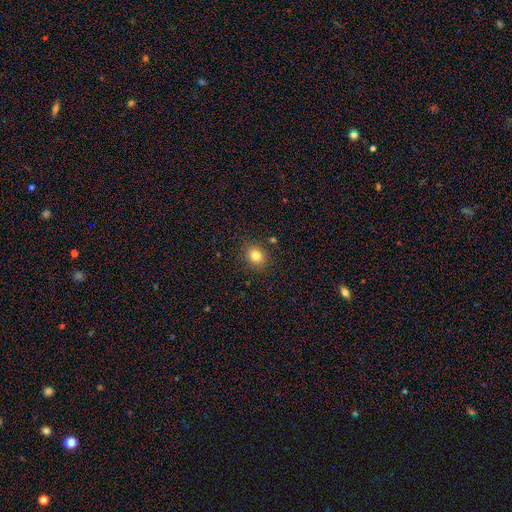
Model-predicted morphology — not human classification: Smooth or featured?
  - smooth: 80% *
  - star or artifact: 13%
  - featured or disk: 7%
How rounded?
  - round: 70% *
  - in between: 30%
  - cigar-shaped: 1%
Merging?
  - none: 86% *
  - minor disturbance: 9%
  - major disturbance: 3%
  - merger: 2%